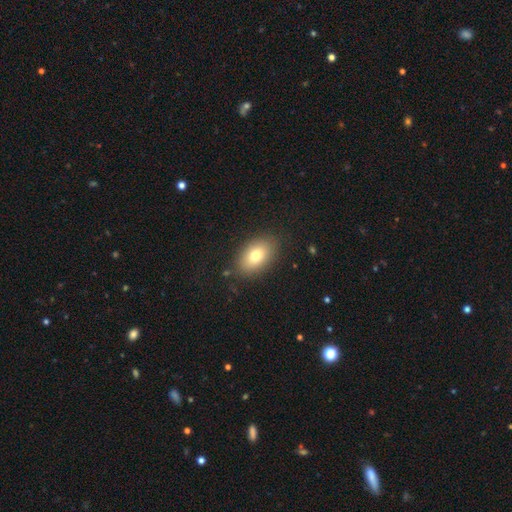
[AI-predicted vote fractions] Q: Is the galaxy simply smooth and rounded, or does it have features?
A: smooth — 77%.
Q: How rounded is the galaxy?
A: in between — 89%.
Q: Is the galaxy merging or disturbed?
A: none — 85%.